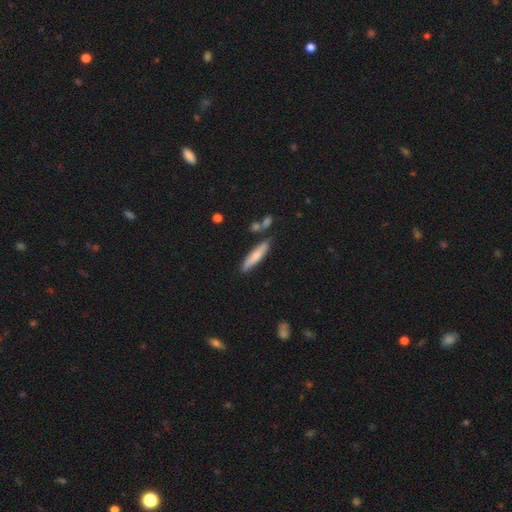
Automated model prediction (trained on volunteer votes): Q: Smooth or featured?
A: smooth (69%); runner-up: featured or disk (26%)
Q: How rounded?
A: cigar-shaped (84%); runner-up: in between (15%)
Q: Merging?
A: none (76%); runner-up: minor disturbance (14%)